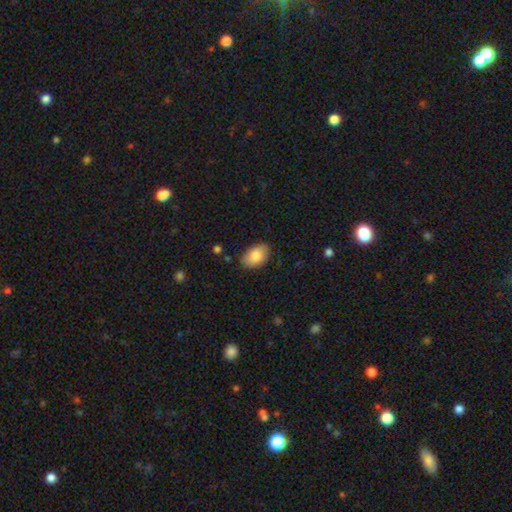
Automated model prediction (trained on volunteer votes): A smooth galaxy with no disk features (85%) that is in between round and cigar-shaped (86%).

Vote fractions:
- Smooth or featured? smooth: 85% / featured or disk: 8% / star or artifact: 7%
- How rounded? in between: 86% / round: 13% / cigar-shaped: 1%
- Merging? none: 78% / minor disturbance: 17% / major disturbance: 3% / merger: 1%